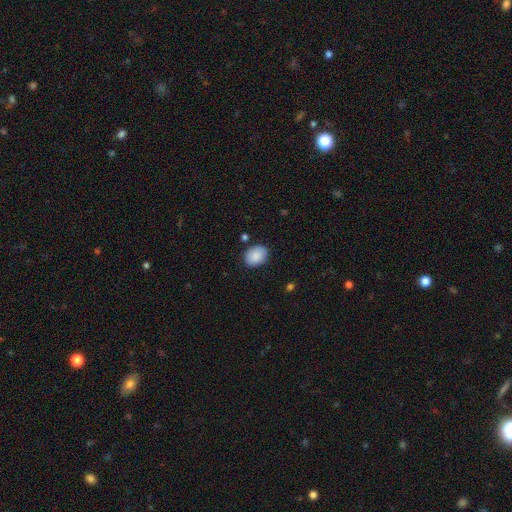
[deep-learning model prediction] smooth_or_featured: smooth (p=0.88) [alt: star or artifact p=0.07]
how_rounded: in between (p=0.65) [alt: round p=0.34]
merging: none (p=0.83) [alt: minor disturbance p=0.12]